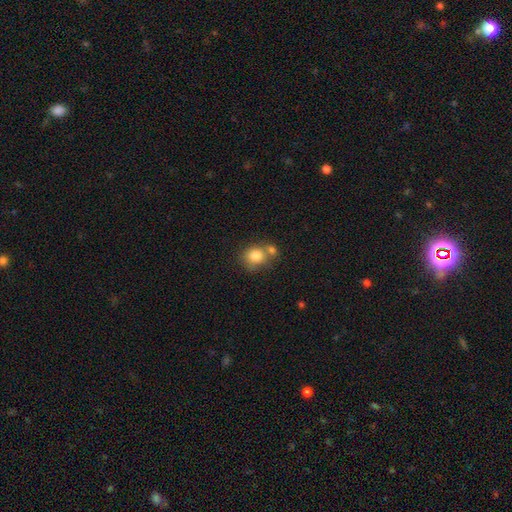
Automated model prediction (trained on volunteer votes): This appears to be a smooth galaxy with no disk features (82%) that is round (74%). Merging: none (47%).